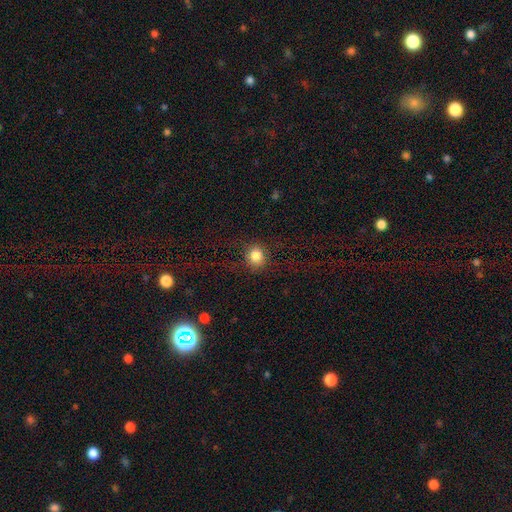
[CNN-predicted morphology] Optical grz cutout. It shows a smooth galaxy with no disk features (84%) that is round (82%). Merging: none (82%).